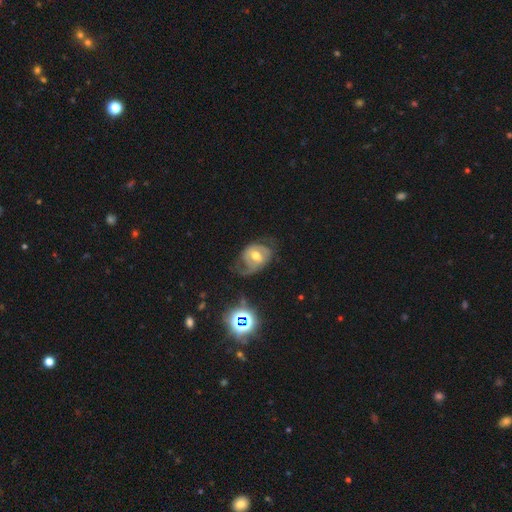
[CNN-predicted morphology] A featured or disk galaxy (70%) with no bar (42%), 2 (62%) medium (41%) spiral arms (81%) and a moderate central bulge (75%).

Vote fractions:
- Smooth or featured? featured or disk: 70% / smooth: 21% / star or artifact: 9%
- Edge-on disk? no: 96% / yes: 4%
- Bar? no: 42% / weak: 40% / strong: 18%
- Spiral arms? yes: 81% / no: 19%
- Spiral winding? medium: 41% / tight: 31% / loose: 28%
- Spiral arm count? 2: 62% / can't tell: 16% / 1: 15% / 3: 4% / 4: 1% / more than 4: 1%
- Bulge size? moderate: 75% / small: 13% / large: 10% / none: 1% / dominant: 1%
- Merging? none: 47% / minor disturbance: 26% / major disturbance: 25% / merger: 2%